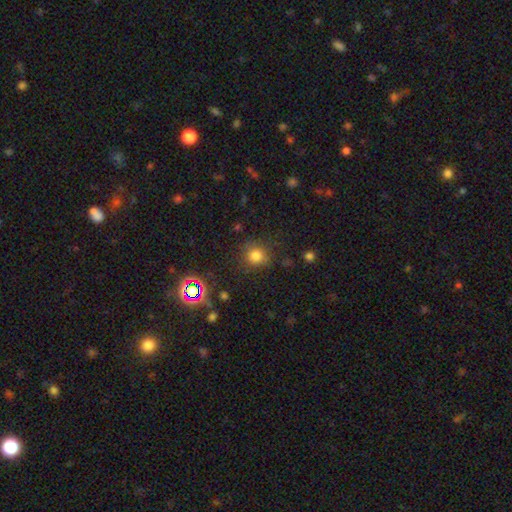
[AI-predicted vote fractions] Smooth or featured?
  - smooth: 75% *
  - star or artifact: 18%
  - featured or disk: 7%
How rounded?
  - round: 88% *
  - in between: 11%
  - cigar-shaped: 1%
Merging?
  - none: 79% *
  - minor disturbance: 13%
  - major disturbance: 6%
  - merger: 2%